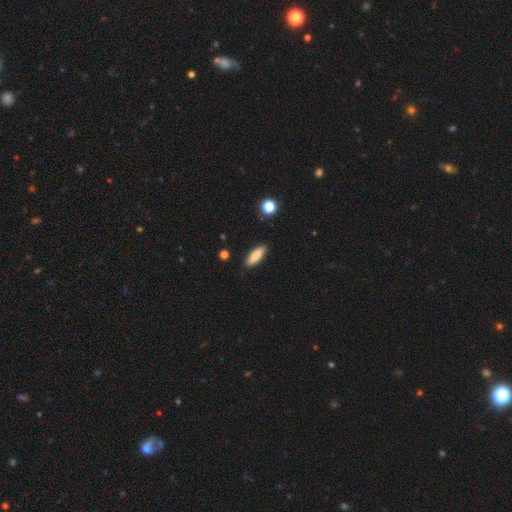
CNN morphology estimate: Smooth or featured? smooth (81%)
How rounded? in between (51%)
Merging? none (87%)